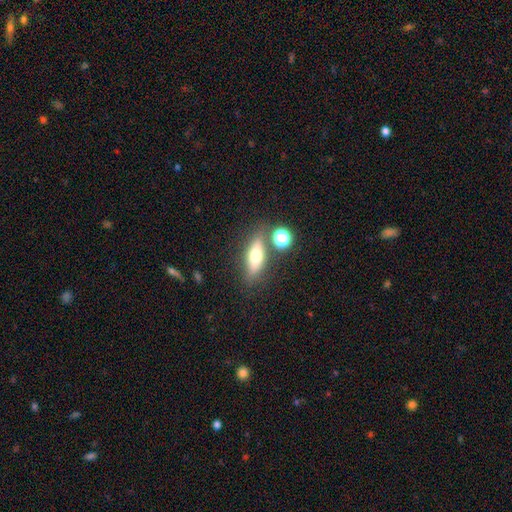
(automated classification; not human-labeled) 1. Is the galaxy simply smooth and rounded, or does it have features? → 60% smooth, 30% featured or disk, 10% star or artifact.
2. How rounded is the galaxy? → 59% in between, 33% cigar-shaped, 8% round.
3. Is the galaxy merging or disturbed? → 73% none, 13% minor disturbance, 10% merger, 4% major disturbance.